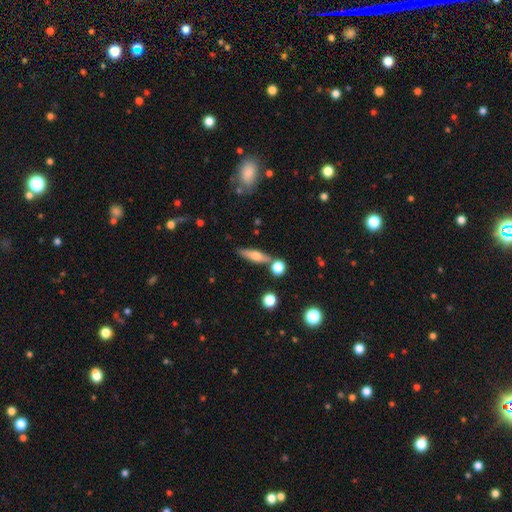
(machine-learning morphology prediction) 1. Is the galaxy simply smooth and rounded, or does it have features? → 54% smooth, 38% featured or disk, 8% star or artifact.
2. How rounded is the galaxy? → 64% cigar-shaped, 31% in between, 4% round.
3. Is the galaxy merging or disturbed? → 72% none, 12% merger, 12% minor disturbance, 3% major disturbance.